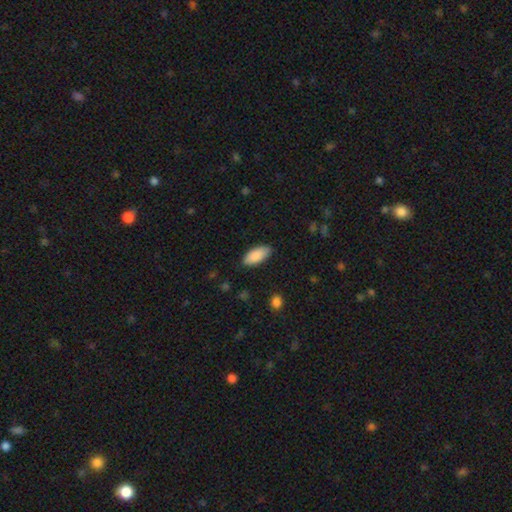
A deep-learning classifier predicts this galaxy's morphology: smooth-or-featured: smooth: 89% | star or artifact: 6% | featured or disk: 5%
  how-rounded: in between: 89% | cigar-shaped: 9% | round: 2%
  merging: none: 86% | minor disturbance: 11% | major disturbance: 2% | merger: 1%